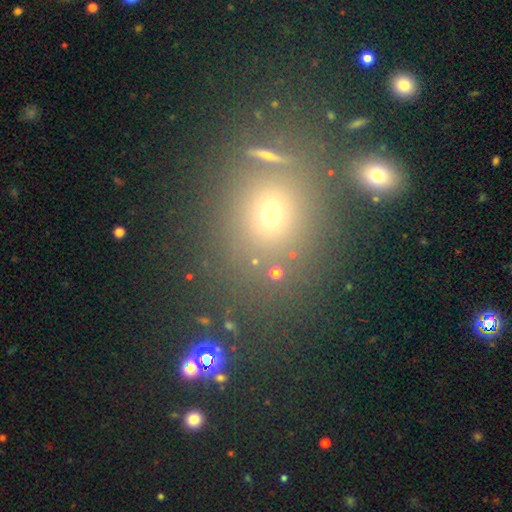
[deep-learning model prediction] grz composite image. It shows a smooth galaxy with no disk features (51%) that is round (59%). Merging: none (75%).